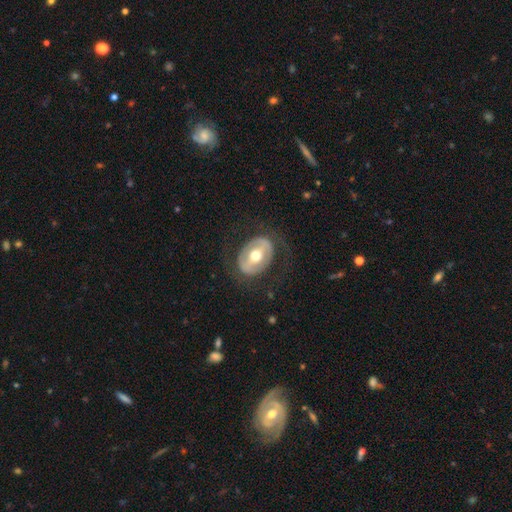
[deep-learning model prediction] Smooth or featured? Predicted: featured or disk (p=0.63). Edge-on disk? Predicted: no (p=0.93). Bar? Predicted: strong (p=0.37). Spiral arms? Predicted: no (p=0.72). Bulge size? Predicted: moderate (p=0.75). Merging? Predicted: none (p=0.73).